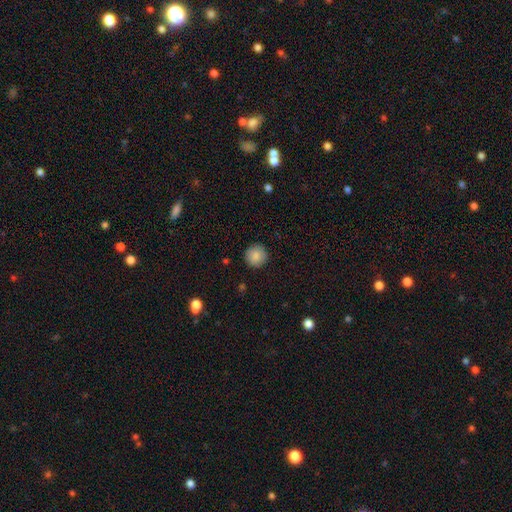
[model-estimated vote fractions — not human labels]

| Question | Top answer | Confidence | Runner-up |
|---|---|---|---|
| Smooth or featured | smooth | 88% | star or artifact (8%) |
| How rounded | round | 94% | in between (5%) |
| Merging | none | 91% | minor disturbance (6%) |